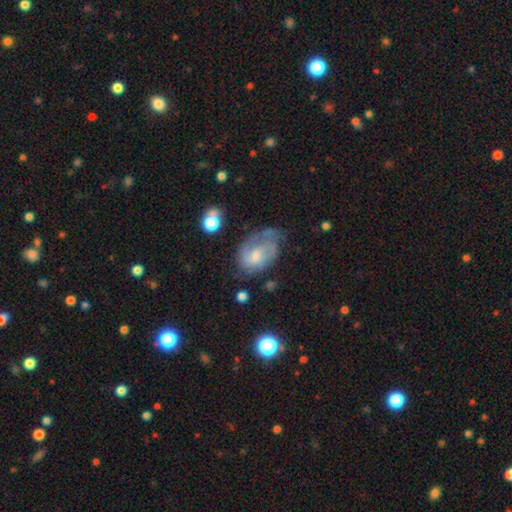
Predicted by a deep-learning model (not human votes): Overall: featured or disk (63%; smooth 27%). Edge-on disk: no (96%). Bar: no (56%; weak 38%). Spiral arms: yes (80%). Bulge size: small (47%; moderate 38%). Merging: none (47%; minor disturbance 28%).